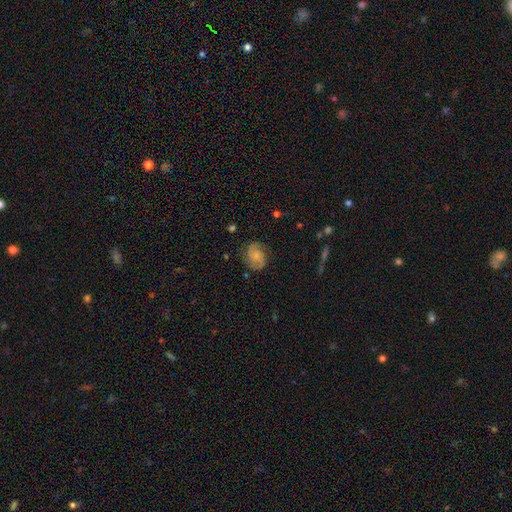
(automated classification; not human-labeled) smooth_or_featured: featured or disk (p=0.65) [alt: smooth p=0.27]
disk_edge_on: no (p=0.98) [alt: yes p=0.02]
bar: no (p=0.70) [alt: weak p=0.26]
has_spiral_arms: yes (p=0.94) [alt: no p=0.06]
spiral_winding: medium (p=0.46) [alt: tight p=0.35]
spiral_arm_count: 2 (p=0.87) [alt: can't tell p=0.06]
bulge_size: small (p=0.47) [alt: none p=0.26]
merging: none (p=0.76) [alt: minor disturbance p=0.16]